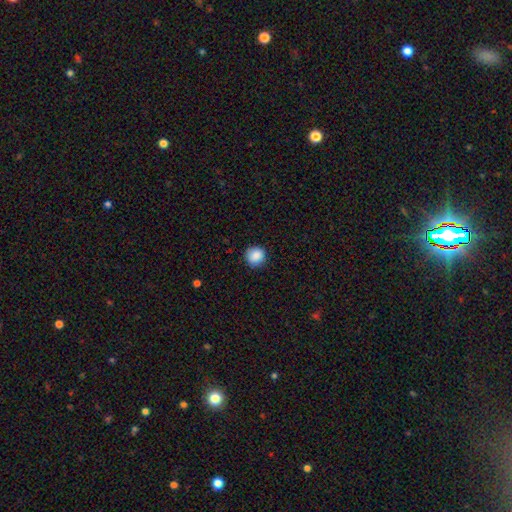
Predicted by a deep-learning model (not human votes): A smooth galaxy with no disk features (88%) that is round (93%). Merging: none (89%).